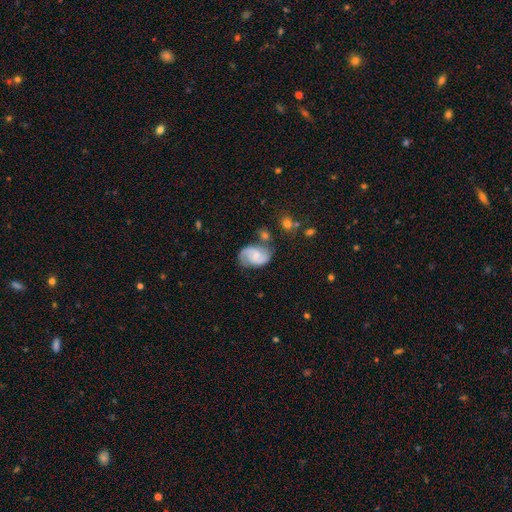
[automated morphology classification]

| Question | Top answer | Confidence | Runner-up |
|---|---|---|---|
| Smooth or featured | featured or disk | 73% | smooth (20%) |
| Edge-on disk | no | 98% | yes (2%) |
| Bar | no | 48% | weak (43%) |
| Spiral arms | yes | 94% | no (6%) |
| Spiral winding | medium | 50% | tight (27%) |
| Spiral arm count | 2 | 85% | can't tell (7%) |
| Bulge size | small | 54% | moderate (30%) |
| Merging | none | 62% | minor disturbance (22%) |